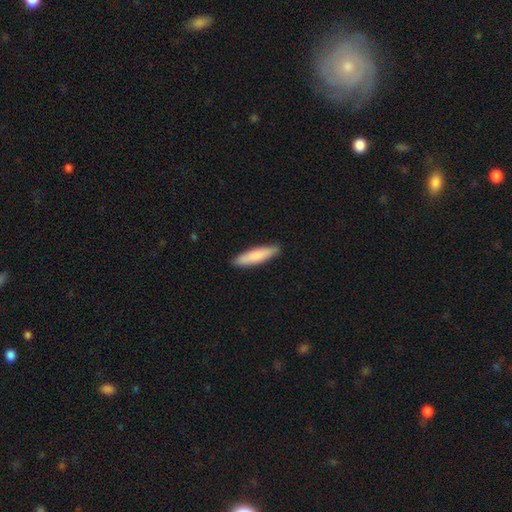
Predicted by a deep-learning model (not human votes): This appears to be a smooth galaxy with no disk features (83%) that is cigar-shaped (79%). Merging: none (89%).